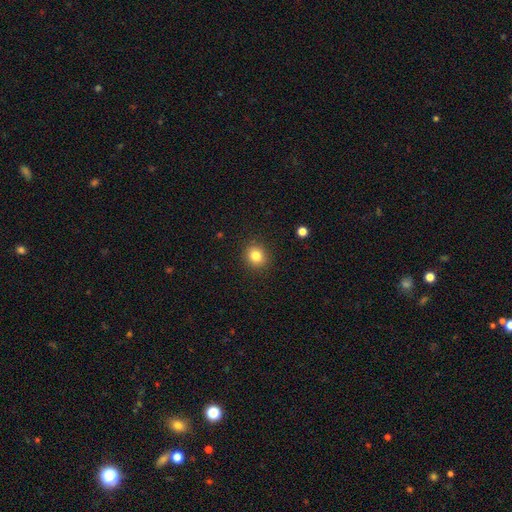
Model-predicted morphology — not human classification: smooth_or_featured: smooth (p=0.82) [alt: star or artifact p=0.11]
how_rounded: round (p=0.81) [alt: in between p=0.19]
merging: none (p=0.90) [alt: minor disturbance p=0.07]